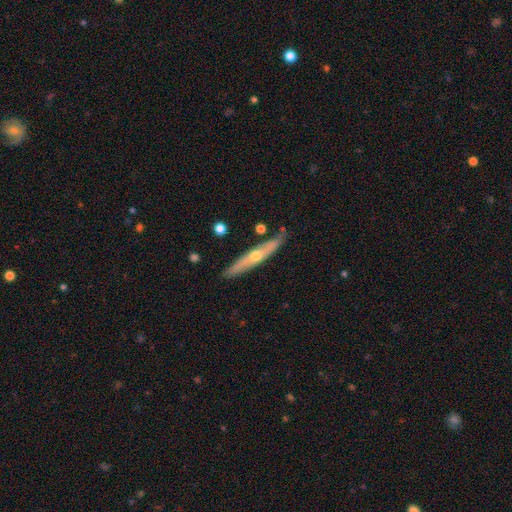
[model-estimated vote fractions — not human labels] smooth_or_featured: featured or disk (p=0.68) [alt: smooth p=0.26]
disk_edge_on: yes (p=0.90) [alt: no p=0.10]
edge_on_bulge: rounded (p=0.83) [alt: none p=0.15]
merging: none (p=0.82) [alt: minor disturbance p=0.13]